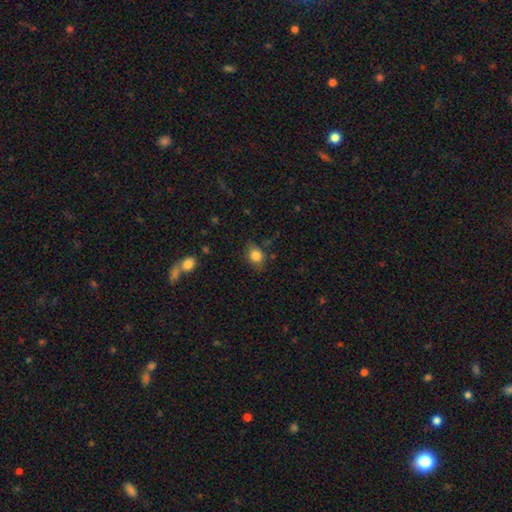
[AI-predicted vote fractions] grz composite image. It shows a smooth galaxy with no disk features (83%) that is round (52%). Merging: none (76%).